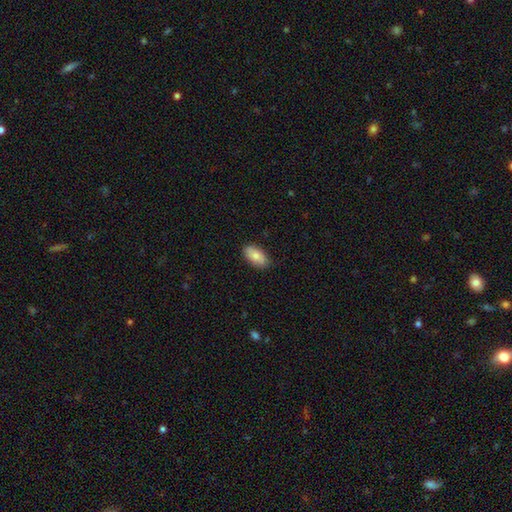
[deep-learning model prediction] Smooth or featured? smooth (81%)
How rounded? in between (94%)
Merging? none (84%)